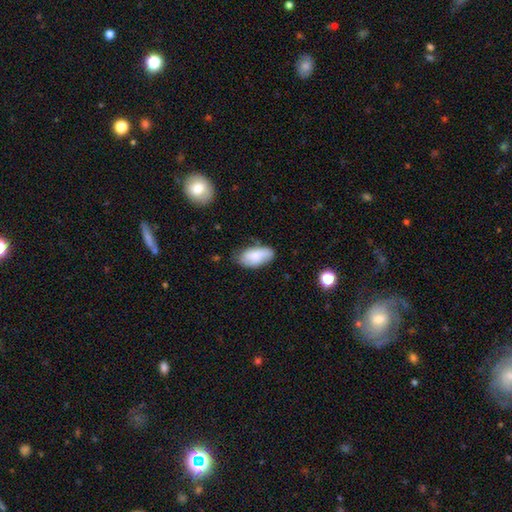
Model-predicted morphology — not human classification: The model was most divided on "merging": none: 66%, minor disturbance: 26%, major disturbance: 5%, merger: 2%. More confident: how rounded — in between (92%); smooth or featured — smooth (69%).